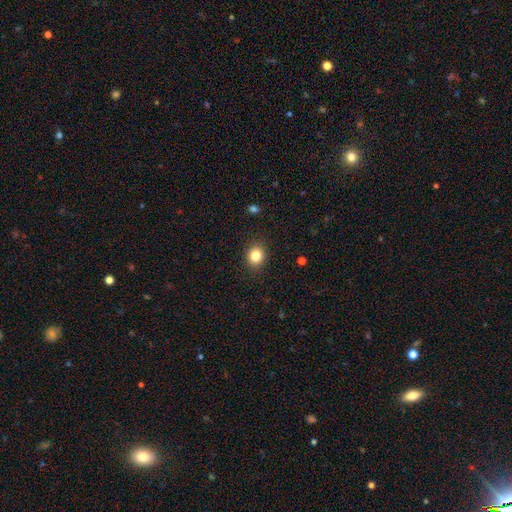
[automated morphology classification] This appears to be a smooth galaxy with no disk features (83%) that is round (73%). Merging: none (89%).